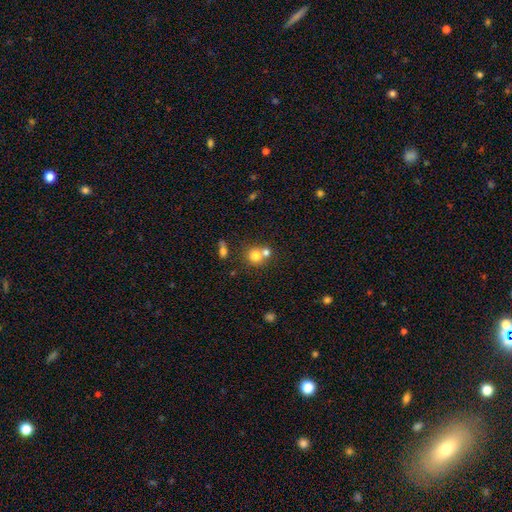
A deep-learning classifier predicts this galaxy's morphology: smooth 74%, star or artifact 13%, featured or disk 13%. Down the decision tree: how rounded — round (85%); merging — none (45%, tied with merger).